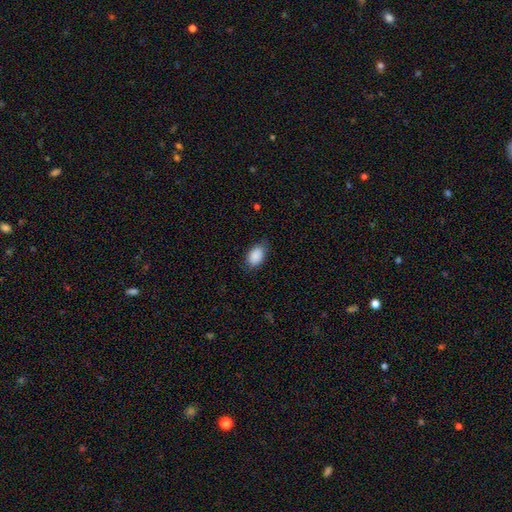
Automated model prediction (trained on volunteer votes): Smooth or featured? smooth (89%)
How rounded? in between (89%)
Merging? none (76%)